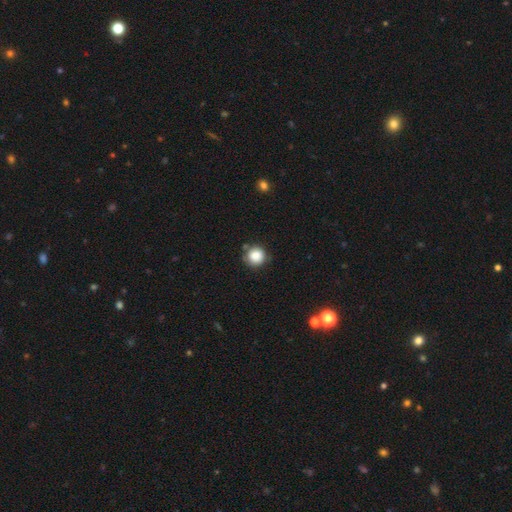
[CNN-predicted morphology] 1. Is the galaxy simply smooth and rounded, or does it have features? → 86% smooth, 10% star or artifact, 5% featured or disk.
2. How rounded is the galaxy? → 92% round, 7% in between, 1% cigar-shaped.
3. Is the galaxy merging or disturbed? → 77% none, 16% minor disturbance, 4% merger, 4% major disturbance.